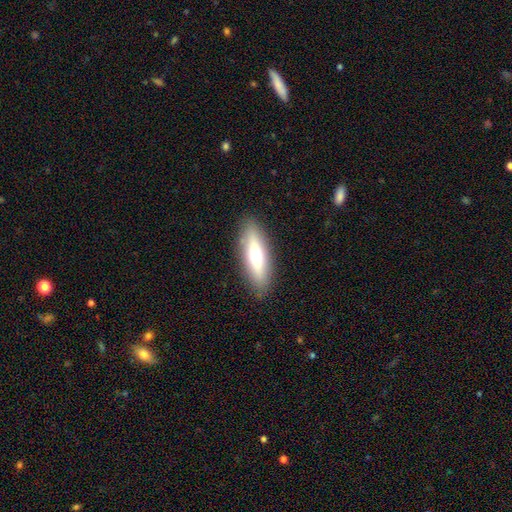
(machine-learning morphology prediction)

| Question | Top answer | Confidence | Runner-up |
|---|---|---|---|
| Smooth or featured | smooth | 60% | featured or disk (33%) |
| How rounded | cigar-shaped | 55% | in between (43%) |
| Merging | none | 87% | minor disturbance (9%) |